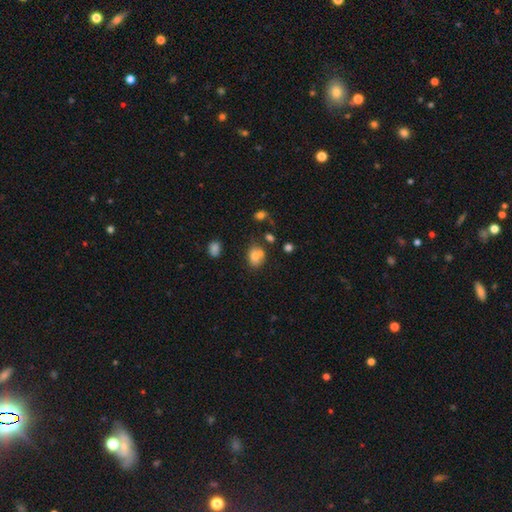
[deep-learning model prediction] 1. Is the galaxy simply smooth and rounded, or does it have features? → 77% smooth, 11% featured or disk, 11% star or artifact.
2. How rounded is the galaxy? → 59% in between, 40% round, 1% cigar-shaped.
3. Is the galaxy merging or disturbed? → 52% none, 24% merger, 18% minor disturbance, 6% major disturbance.